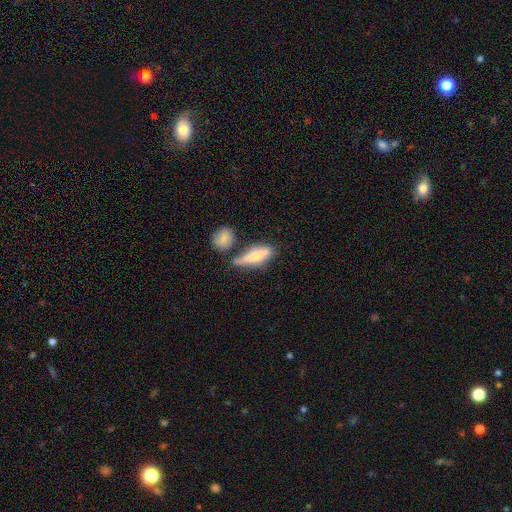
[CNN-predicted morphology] Q: Smooth or featured?
A: smooth (61%); runner-up: featured or disk (32%)
Q: How rounded?
A: cigar-shaped (54%); runner-up: in between (43%)
Q: Merging?
A: none (52%); runner-up: minor disturbance (22%)